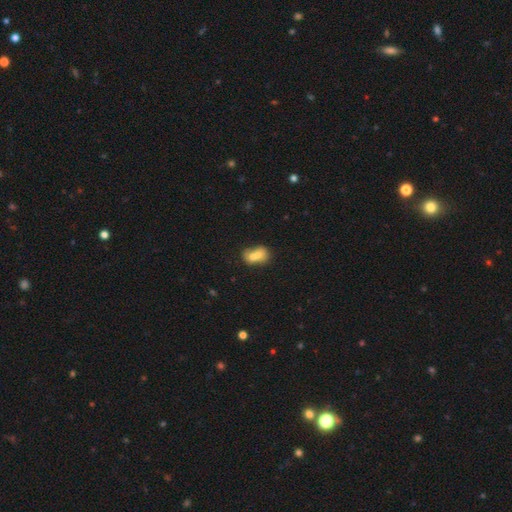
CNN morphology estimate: This appears to be a smooth galaxy with no disk features (69%) that is in between round and cigar-shaped (63%). Merging: merger (68%).